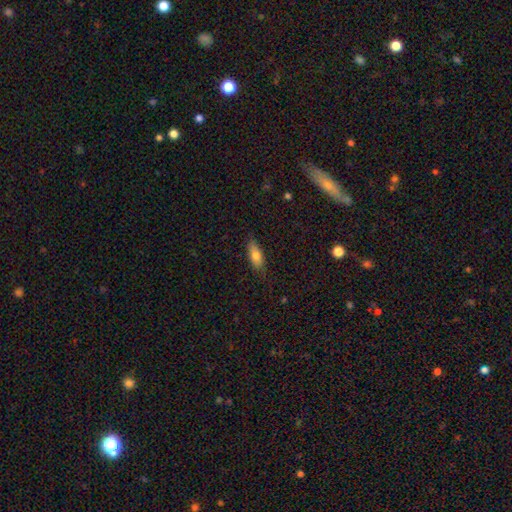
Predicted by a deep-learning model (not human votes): This is likely a smooth galaxy (73%). How rounded: likely in between (71%). Merging: likely none (79%).